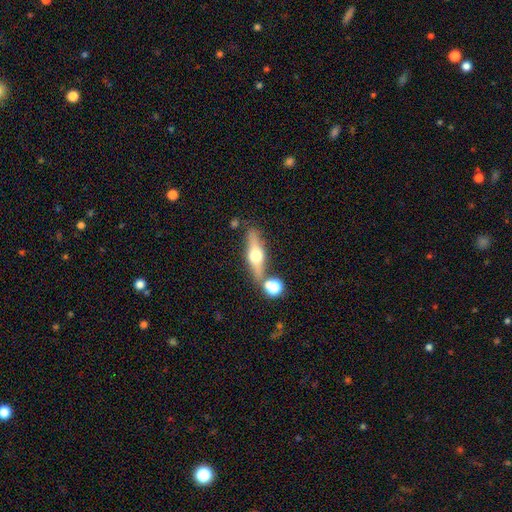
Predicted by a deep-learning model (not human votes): smooth-or-featured: featured or disk: 62% | smooth: 31% | star or artifact: 7%
  disk-edge-on: yes: 91% | no: 9%
    edge-on-bulge: rounded: 96% | boxy: 3% | none: 2%
  merging: none: 70% | merger: 15% | minor disturbance: 11% | major disturbance: 4%